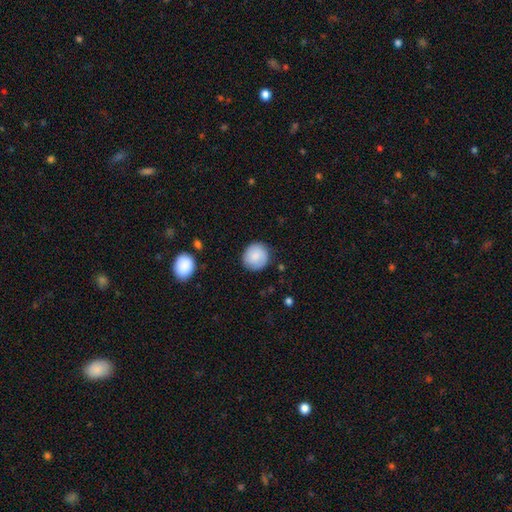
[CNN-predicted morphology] Overall: smooth (84%). How rounded: round (92%). Merging: none (86%).